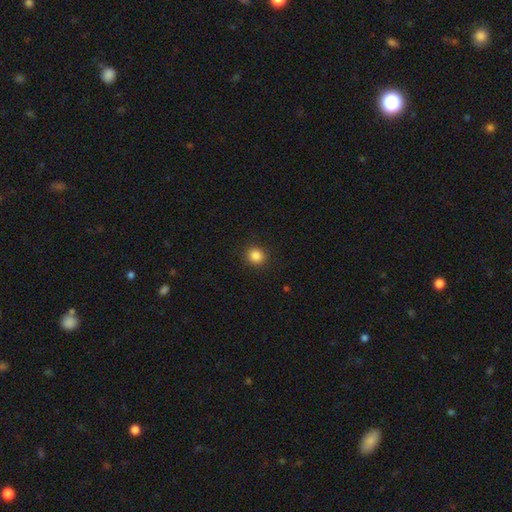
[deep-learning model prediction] Smooth or featured: smooth — 86% (star or artifact — 11%)
How rounded: round — 89% (in between — 10%)
Merging: none — 91% (minor disturbance — 6%)